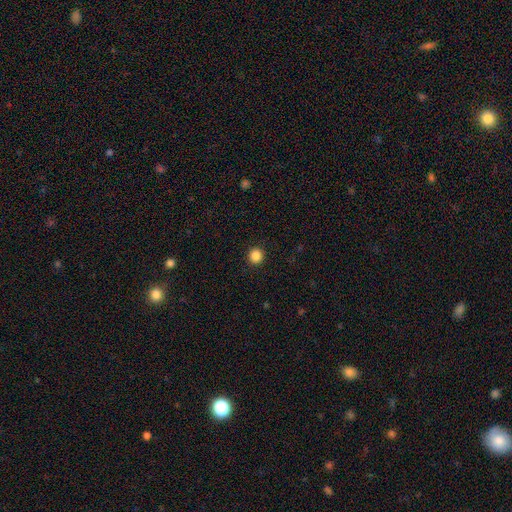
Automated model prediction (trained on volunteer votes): smooth_or_featured: smooth (p=0.87) [alt: star or artifact p=0.11]
how_rounded: round (p=0.93) [alt: in between p=0.06]
merging: none (p=0.93) [alt: minor disturbance p=0.05]